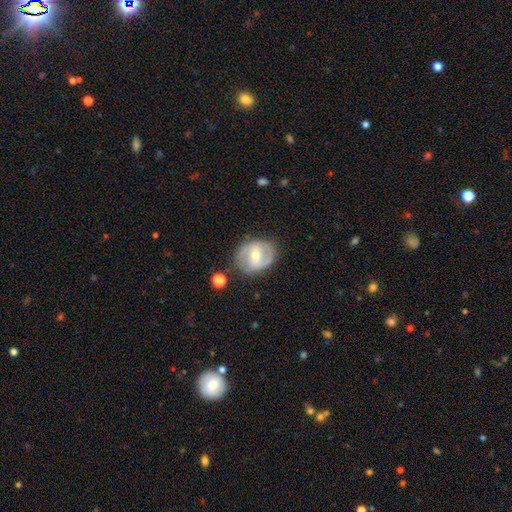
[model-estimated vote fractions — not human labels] Smooth or featured? Predicted: featured or disk (p=0.71). Edge-on disk? Predicted: no (p=0.96). Bar? Predicted: weak (p=0.45). Spiral arms? Predicted: yes (p=0.75). Spiral winding? Predicted: medium (p=0.46). Spiral arm count? Predicted: 2 (p=0.80). Bulge size? Predicted: moderate (p=0.59). Merging? Predicted: none (p=0.76).